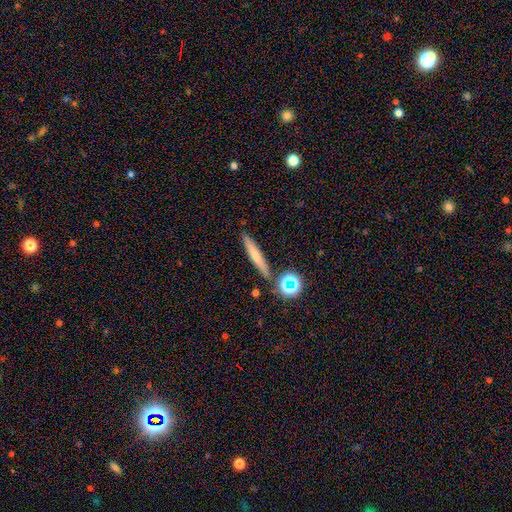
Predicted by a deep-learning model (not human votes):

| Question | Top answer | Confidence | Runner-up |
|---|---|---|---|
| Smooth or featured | smooth | 58% | featured or disk (30%) |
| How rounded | cigar-shaped | 89% | in between (7%) |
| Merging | none | 85% | minor disturbance (8%) |